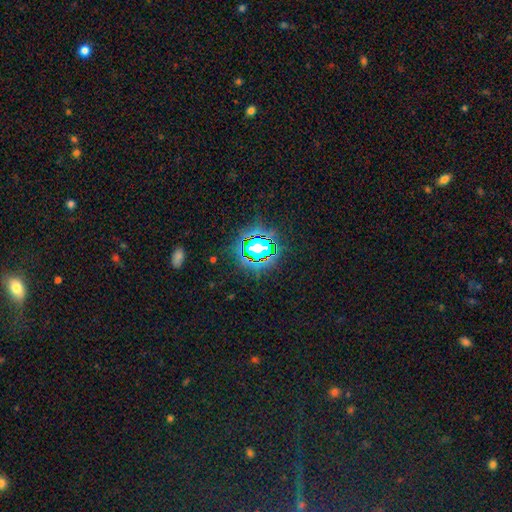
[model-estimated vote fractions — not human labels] This is likely a star or artifact rather than a galaxy (79%).